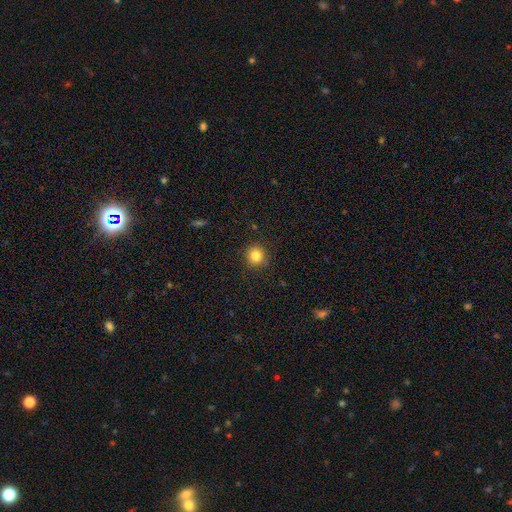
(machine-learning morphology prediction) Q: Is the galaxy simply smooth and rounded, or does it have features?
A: smooth — 83%.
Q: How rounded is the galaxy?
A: round — 93%.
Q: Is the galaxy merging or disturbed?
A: none — 90%.